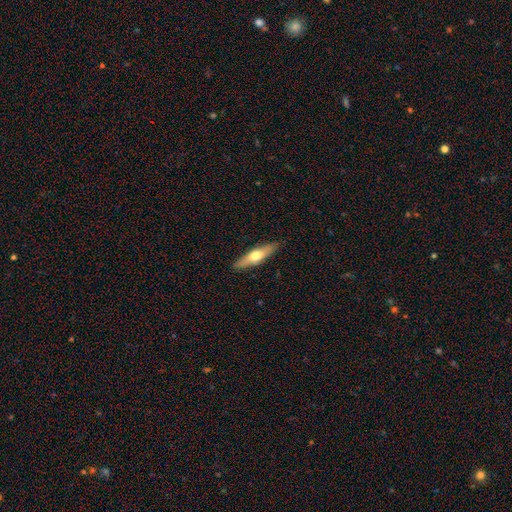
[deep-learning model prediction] smooth 50%, featured or disk 44%, star or artifact 6%. Down the decision tree: how rounded — cigar-shaped (69%); merging — none (88%).